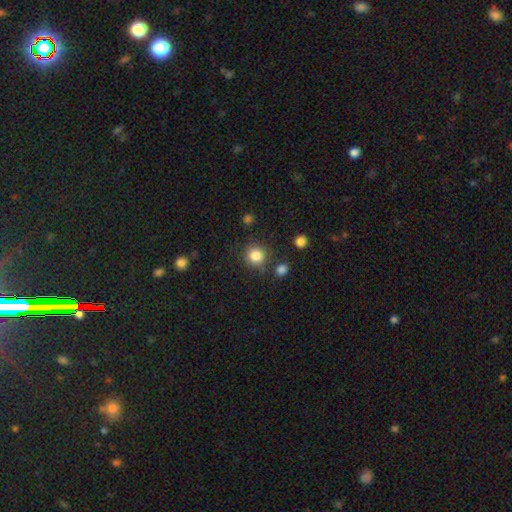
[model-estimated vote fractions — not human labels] This appears to be a smooth galaxy with no disk features (84%) that is round (91%). Merging: none (81%).